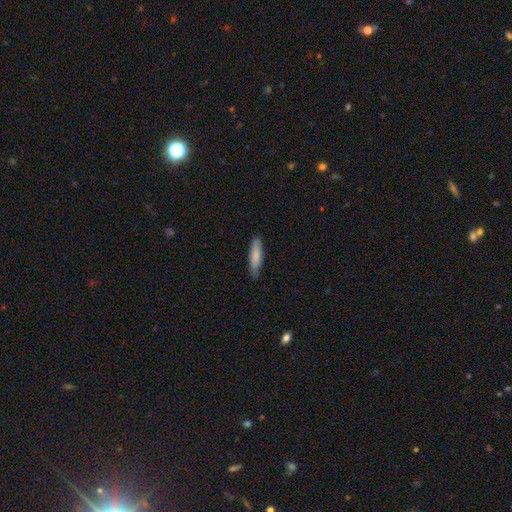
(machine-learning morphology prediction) Smooth or featured: smooth — 82% (featured or disk — 13%)
How rounded: cigar-shaped — 70% (in between — 29%)
Merging: none — 80% (minor disturbance — 17%)